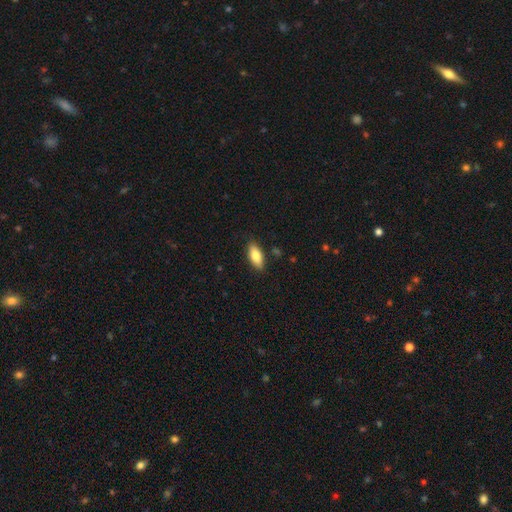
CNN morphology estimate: Smooth or featured? smooth (81%)
How rounded? in between (83%)
Merging? none (86%)